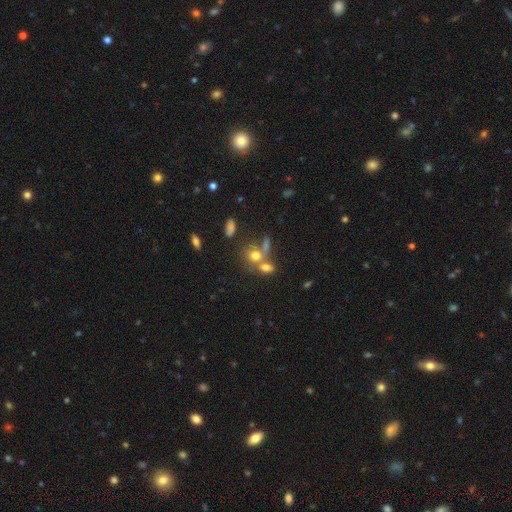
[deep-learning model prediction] Morphology: type=smooth (68%); roundness=round (57%); merging=merger (43%).